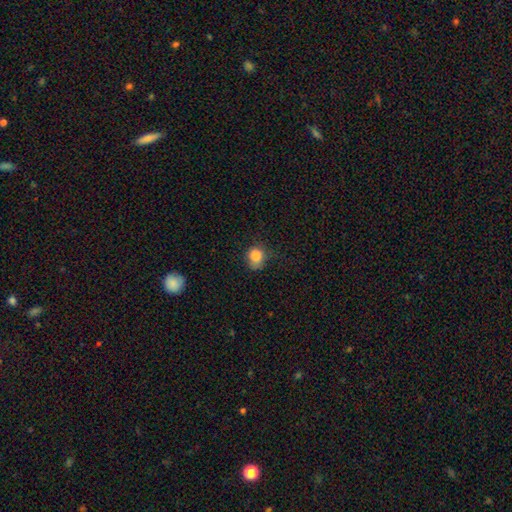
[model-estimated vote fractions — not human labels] A smooth galaxy with no disk features (83%) that is round (72%). Merging: none (60%).